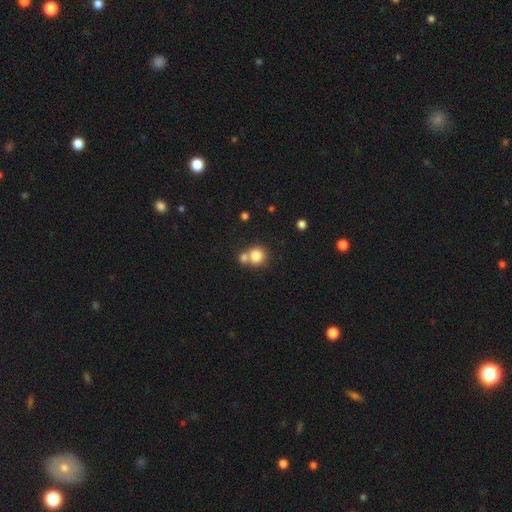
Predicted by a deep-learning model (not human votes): smooth-or-featured: smooth: 81% | star or artifact: 10% | featured or disk: 9%
  how-rounded: round: 87% | in between: 12% | cigar-shaped: 1%
  merging: none: 47% | merger: 42% | minor disturbance: 8% | major disturbance: 3%